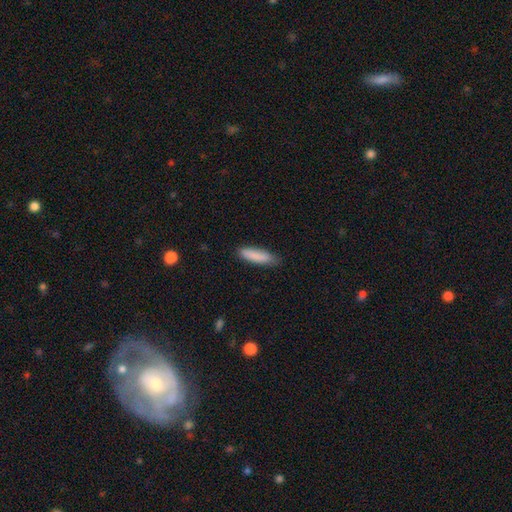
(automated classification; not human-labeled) Overall: smooth (87%). How rounded: cigar-shaped (67%; in between 32%). Merging: none (81%).